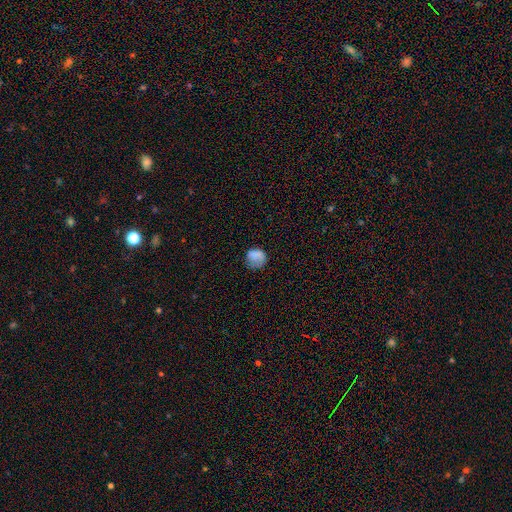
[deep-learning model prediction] Smooth or featured: smooth — 79% (featured or disk — 11%)
How rounded: round — 75% (in between — 24%)
Merging: none — 57% (minor disturbance — 27%)